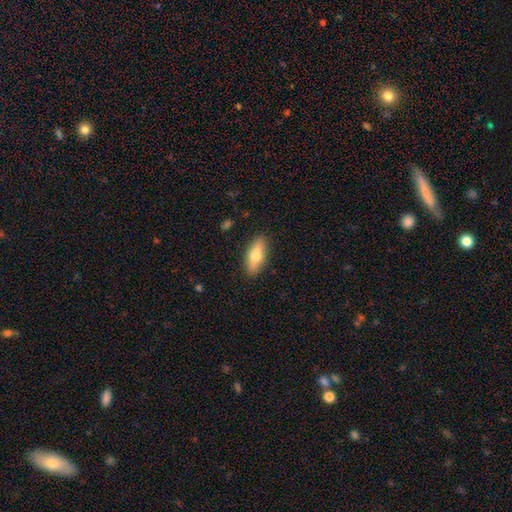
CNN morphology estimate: This appears to be a smooth galaxy with no disk features (62%) that is in between round and cigar-shaped (64%). Merging: none (87%).